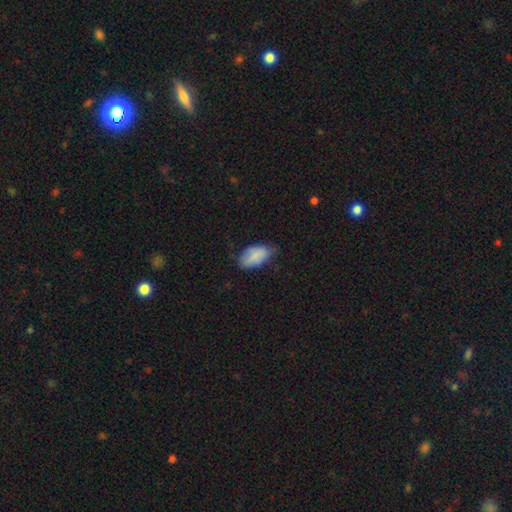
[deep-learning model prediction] A smooth galaxy with no disk features (76%) that is in between round and cigar-shaped (93%).

Vote fractions:
- Smooth or featured? smooth: 76% / featured or disk: 16% / star or artifact: 8%
- How rounded? in between: 93% / round: 4% / cigar-shaped: 3%
- Merging? none: 49% / minor disturbance: 39% / major disturbance: 10% / merger: 2%